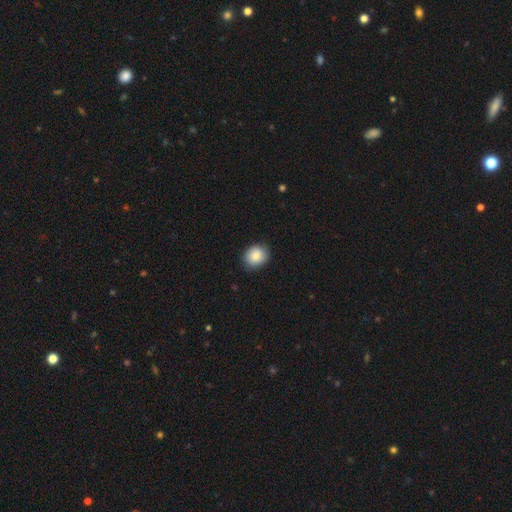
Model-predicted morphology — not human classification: A smooth galaxy with no disk features (85%) that is round (63%). Merging: none (85%).